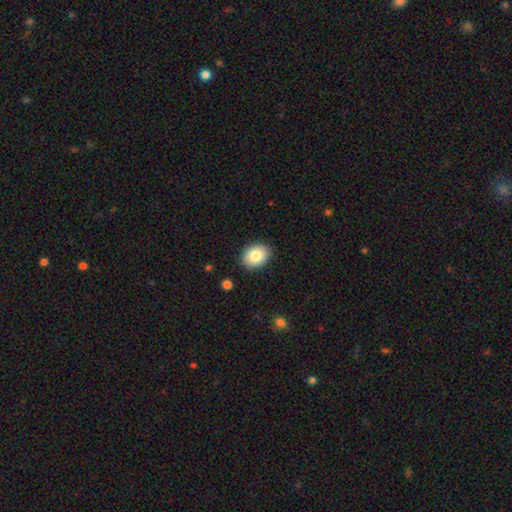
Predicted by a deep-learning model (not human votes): Morphology: type=smooth (84%); roundness=in between (66%); merging=none (89%).